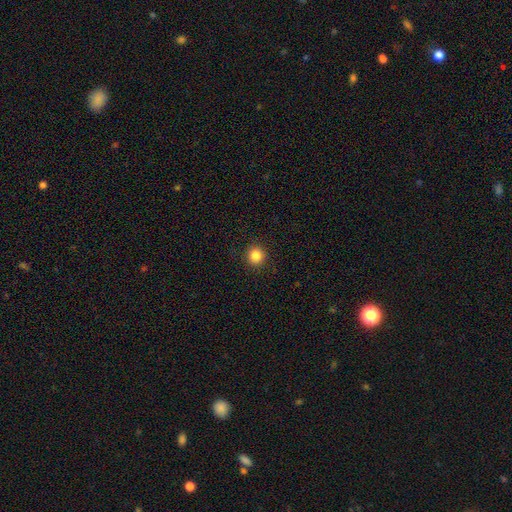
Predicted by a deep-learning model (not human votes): Smooth or featured?
  - smooth: 85% *
  - star or artifact: 11%
  - featured or disk: 4%
How rounded?
  - round: 93% *
  - in between: 6%
  - cigar-shaped: 1%
Merging?
  - none: 92% *
  - minor disturbance: 5%
  - major disturbance: 2%
  - merger: 1%